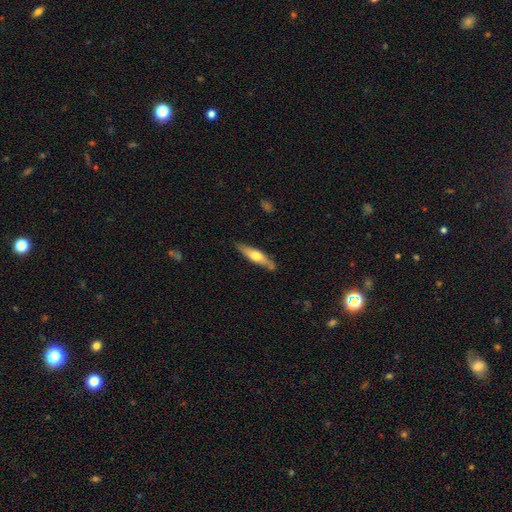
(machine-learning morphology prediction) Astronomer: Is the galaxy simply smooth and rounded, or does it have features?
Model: smooth — 50% (runner-up: featured or disk, 45%).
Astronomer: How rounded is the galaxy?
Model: cigar-shaped — 72%.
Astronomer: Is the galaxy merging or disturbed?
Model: none — 80%.